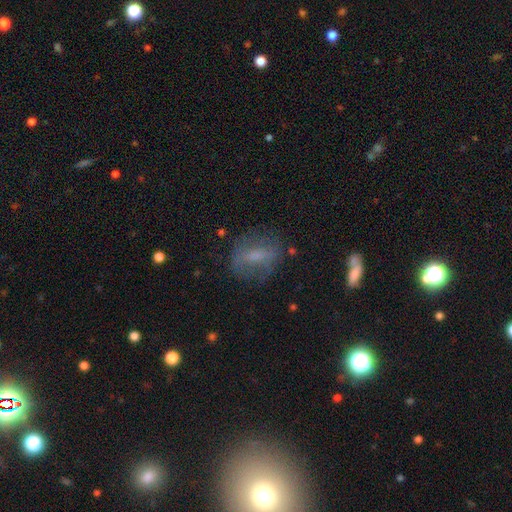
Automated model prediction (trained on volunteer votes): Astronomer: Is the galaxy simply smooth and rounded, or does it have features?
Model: smooth — 50% (runner-up: featured or disk, 38%).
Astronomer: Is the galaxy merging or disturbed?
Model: none — 66%.